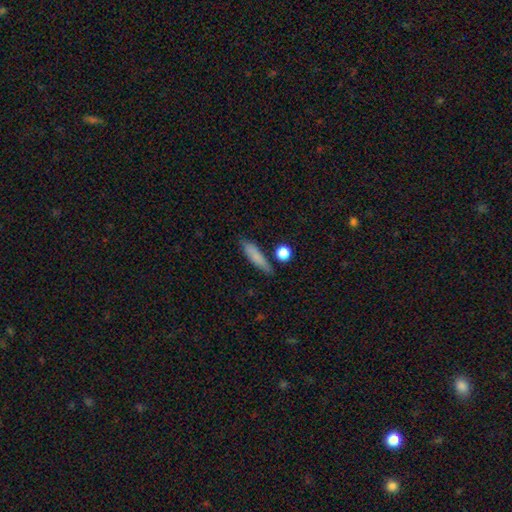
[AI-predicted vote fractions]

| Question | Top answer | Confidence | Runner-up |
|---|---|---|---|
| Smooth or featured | smooth | 78% | featured or disk (14%) |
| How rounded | cigar-shaped | 70% | in between (26%) |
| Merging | none | 74% | minor disturbance (16%) |